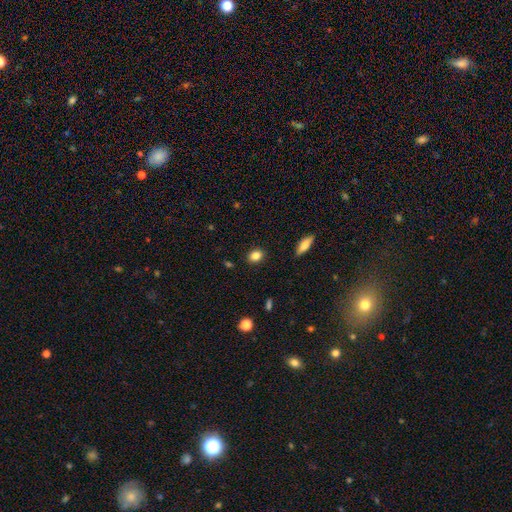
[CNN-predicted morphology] The model was most divided on "how rounded": in between: 50%, round: 48%, cigar-shaped: 2%. More confident: merging — none (89%); smooth or featured — smooth (84%).